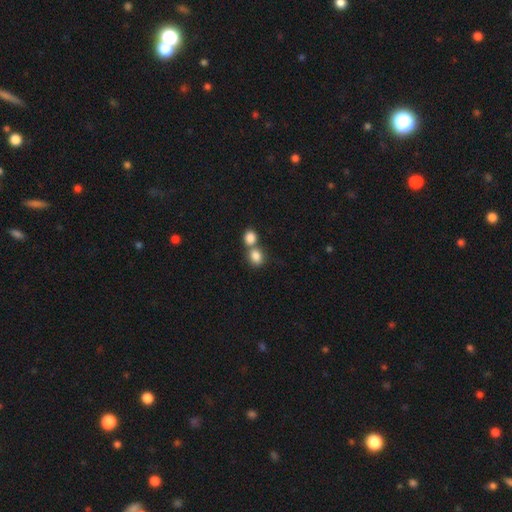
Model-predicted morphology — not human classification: This is clearly a smooth galaxy (84%). How rounded: possibly round (57%). Merging: possibly merger (56%).